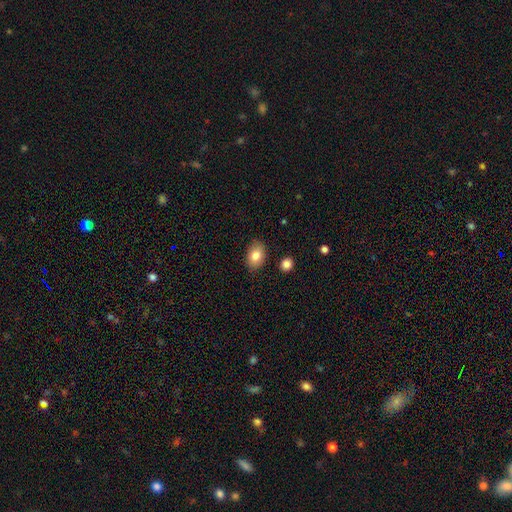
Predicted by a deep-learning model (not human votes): The model was most divided on "smooth or featured": smooth: 82%, featured or disk: 10%, star or artifact: 8%. More confident: merging — none (86%); how rounded — in between (85%).